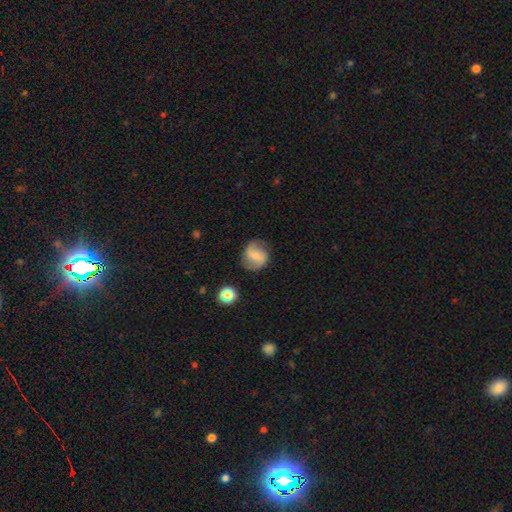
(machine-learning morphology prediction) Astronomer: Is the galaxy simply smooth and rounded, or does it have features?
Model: featured or disk — 52% (runner-up: smooth, 40%).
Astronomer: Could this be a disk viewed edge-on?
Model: no — 97%.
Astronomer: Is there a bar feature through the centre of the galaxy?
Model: weak — 46% (runner-up: no, 29%).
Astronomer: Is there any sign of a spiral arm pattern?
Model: yes — 86%.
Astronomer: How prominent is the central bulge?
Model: small — 51% (runner-up: moderate, 26%).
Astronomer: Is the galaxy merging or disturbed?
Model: none — 76%.